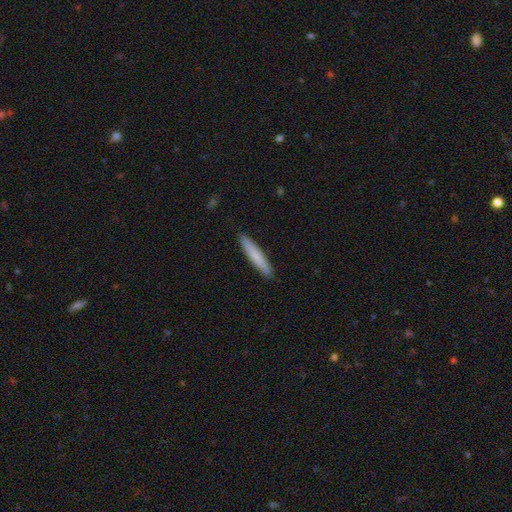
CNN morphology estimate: smooth 76%, featured or disk 18%, star or artifact 6%. Down the decision tree: how rounded — cigar-shaped (93%); merging — none (91%).